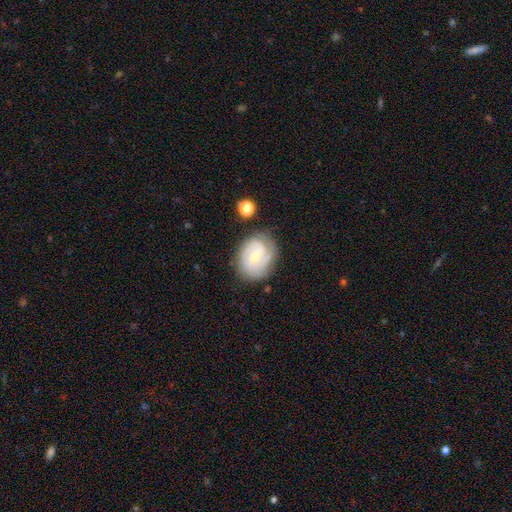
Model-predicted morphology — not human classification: A featured or disk galaxy (72%) with no bar (60%), 2 (41%) tight (54%) spiral arms (90%) and a small central bulge (60%). Merging: none (71%).